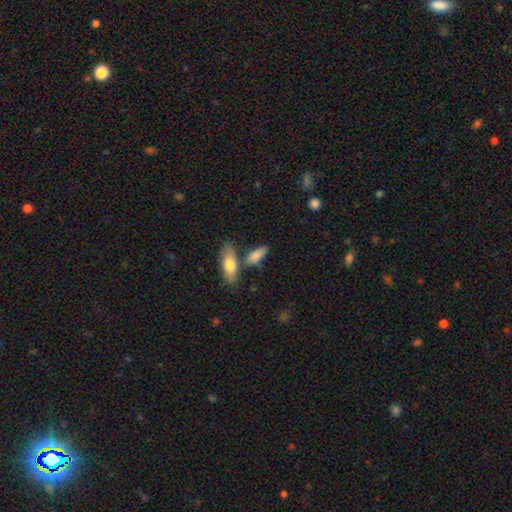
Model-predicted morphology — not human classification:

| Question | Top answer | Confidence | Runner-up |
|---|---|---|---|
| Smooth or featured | smooth | 81% | featured or disk (13%) |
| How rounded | in between | 65% | cigar-shaped (31%) |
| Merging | none | 59% | merger (22%) |